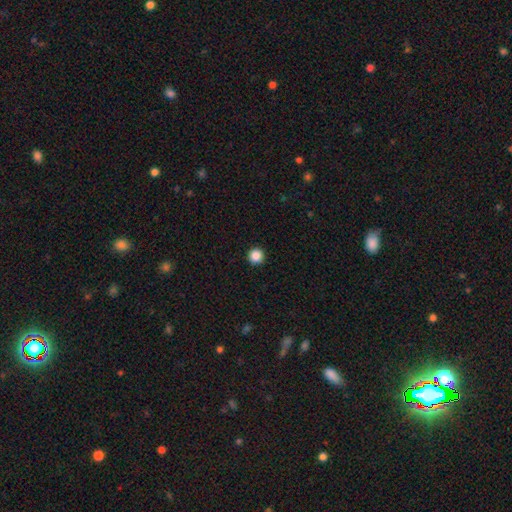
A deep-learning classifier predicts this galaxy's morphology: Smooth or featured?
  - smooth: 87% *
  - star or artifact: 10%
  - featured or disk: 3%
How rounded?
  - round: 96% *
  - in between: 3%
  - cigar-shaped: 1%
Merging?
  - none: 94% *
  - minor disturbance: 4%
  - major disturbance: 1%
  - merger: 1%